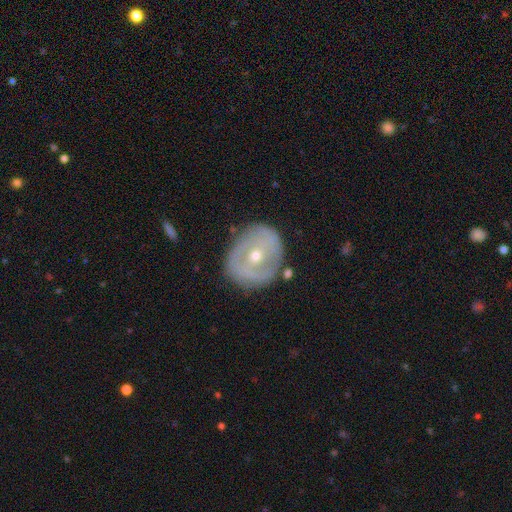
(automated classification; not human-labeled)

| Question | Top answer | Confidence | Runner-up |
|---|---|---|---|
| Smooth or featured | featured or disk | 70% | smooth (23%) |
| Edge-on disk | no | 95% | yes (5%) |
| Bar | no | 46% | weak (36%) |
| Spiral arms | yes | 57% | no (43%) |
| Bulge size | moderate | 52% | small (45%) |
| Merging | none | 76% | minor disturbance (17%) |